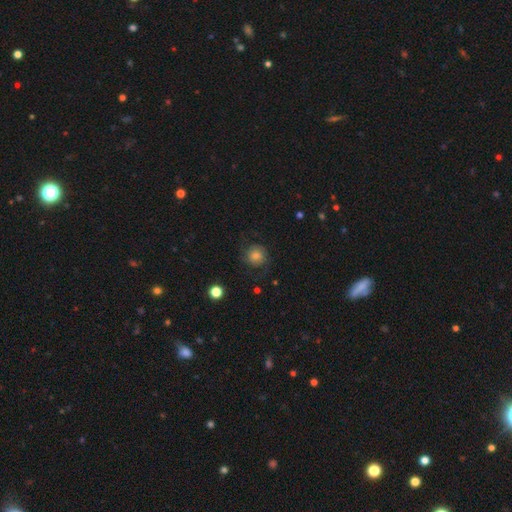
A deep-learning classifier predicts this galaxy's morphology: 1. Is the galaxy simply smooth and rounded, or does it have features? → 53% smooth, 36% featured or disk, 12% star or artifact.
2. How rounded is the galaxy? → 89% round, 10% in between, 1% cigar-shaped.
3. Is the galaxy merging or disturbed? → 72% none, 16% minor disturbance, 11% major disturbance, 1% merger.